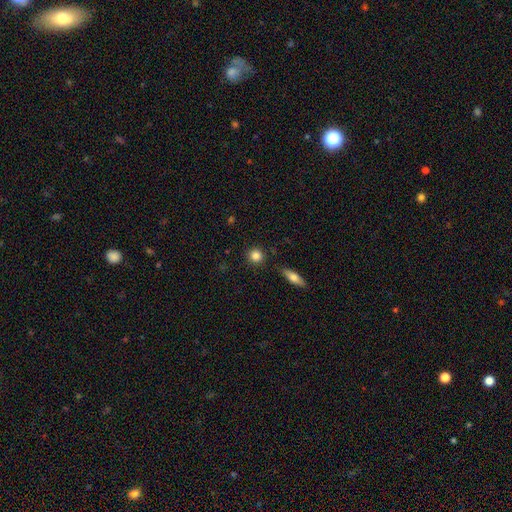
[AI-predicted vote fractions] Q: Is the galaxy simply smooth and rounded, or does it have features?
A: smooth — 84%.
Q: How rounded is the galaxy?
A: round — 90%.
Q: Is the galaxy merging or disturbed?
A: none — 88%.